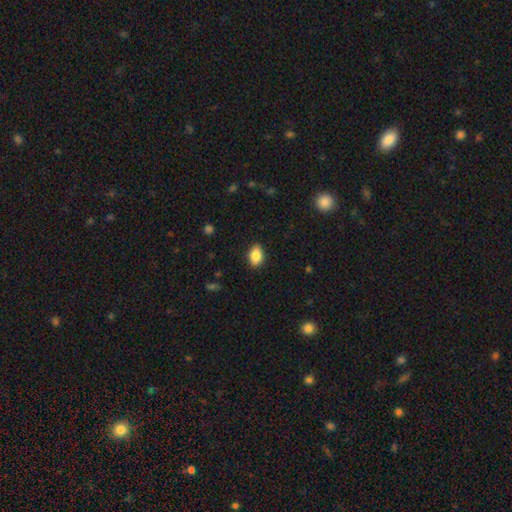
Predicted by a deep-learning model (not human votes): Smooth or featured? smooth (87%)
How rounded? in between (84%)
Merging? none (87%)